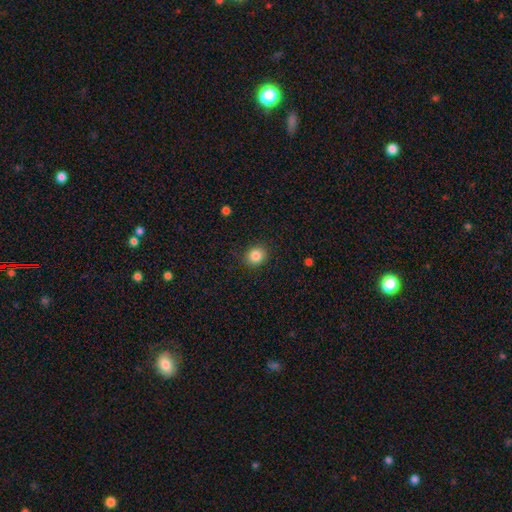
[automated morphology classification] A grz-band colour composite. It shows a smooth galaxy with no disk features (85%) that is round (78%). Merging: none (88%).